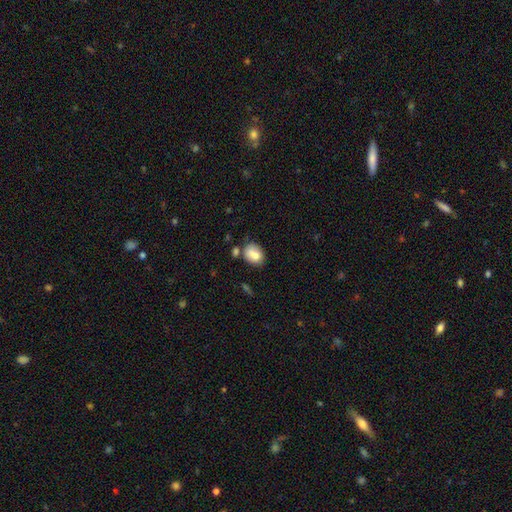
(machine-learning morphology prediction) Smooth or featured? smooth (78%)
How rounded? in between (61%)
Merging? none (57%)